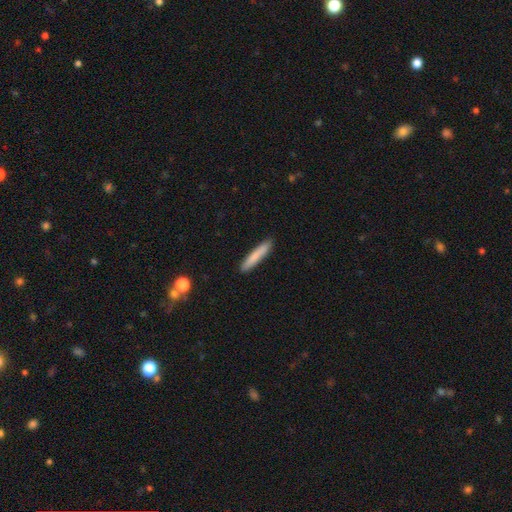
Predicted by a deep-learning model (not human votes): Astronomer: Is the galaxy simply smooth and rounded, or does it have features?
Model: smooth — 81%.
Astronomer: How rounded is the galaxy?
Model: cigar-shaped — 93%.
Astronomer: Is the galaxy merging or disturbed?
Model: none — 90%.